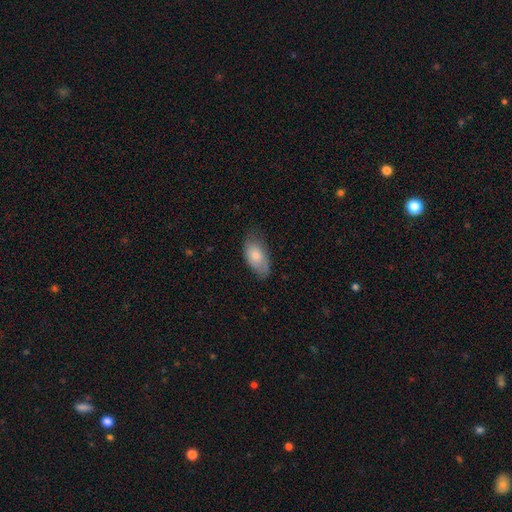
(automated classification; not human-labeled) A smooth galaxy with no disk features (77%) that is in between round and cigar-shaped (94%).

Vote fractions:
- Smooth or featured? smooth: 77% / featured or disk: 17% / star or artifact: 6%
- How rounded? in between: 94% / round: 4% / cigar-shaped: 3%
- Merging? none: 67% / minor disturbance: 26% / major disturbance: 6% / merger: 1%